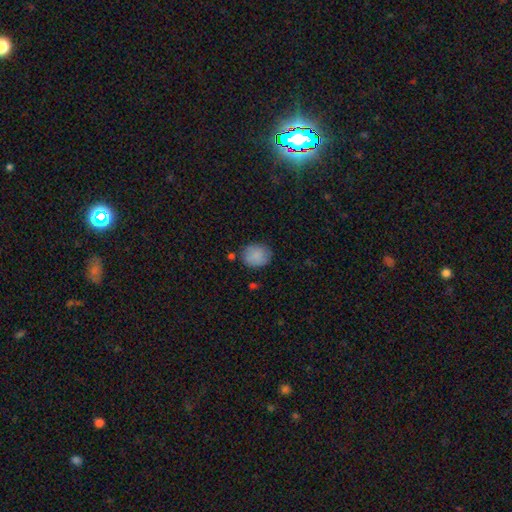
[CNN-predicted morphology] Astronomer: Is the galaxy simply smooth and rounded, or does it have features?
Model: smooth — 85%.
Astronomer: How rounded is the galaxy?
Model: round — 64%.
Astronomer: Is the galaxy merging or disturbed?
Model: none — 76%.